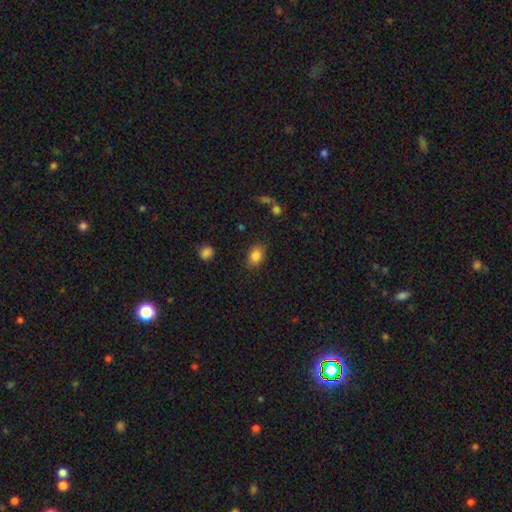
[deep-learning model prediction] A smooth galaxy with no disk features (84%) that is in between round and cigar-shaped (75%). Merging: none (84%).